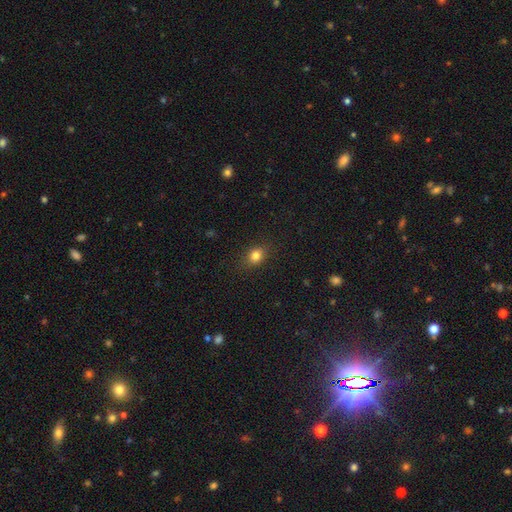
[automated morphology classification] smooth-or-featured: smooth: 81% | star or artifact: 12% | featured or disk: 7%
  how-rounded: in between: 51% | round: 47% | cigar-shaped: 2%
  merging: none: 85% | minor disturbance: 11% | major disturbance: 3% | merger: 1%